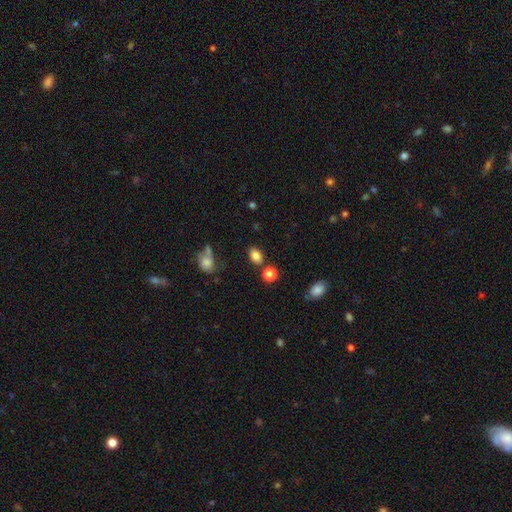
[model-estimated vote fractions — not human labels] Smooth or featured? Predicted: smooth (p=0.82). How rounded? Predicted: in between (p=0.75). Merging? Predicted: none (p=0.76).